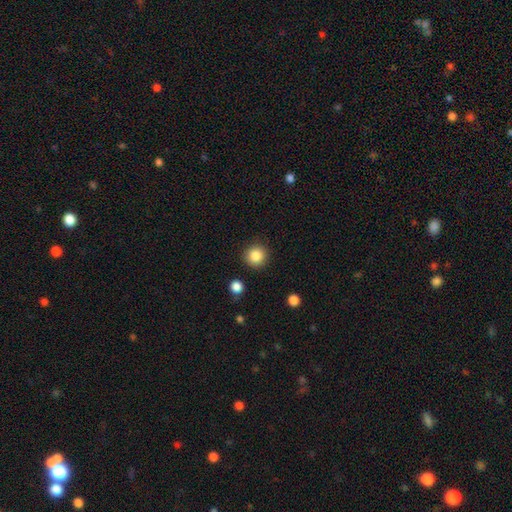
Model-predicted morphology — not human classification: Smooth or featured? Predicted: smooth (p=0.86). How rounded? Predicted: round (p=0.94). Merging? Predicted: none (p=0.90).